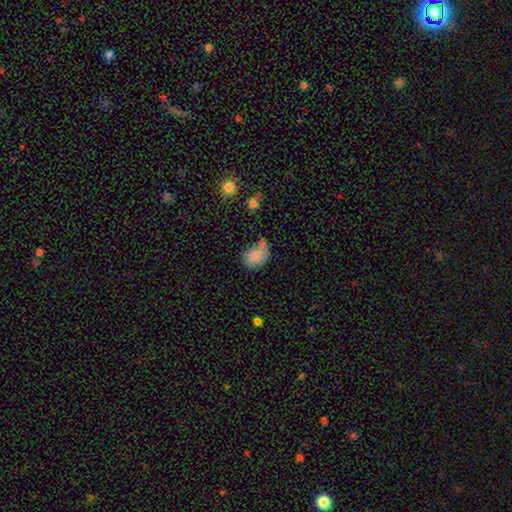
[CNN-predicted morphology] A smooth galaxy with no disk features (82%) that is in between round and cigar-shaped (71%).

Vote fractions:
- Smooth or featured? smooth: 82% / star or artifact: 10% / featured or disk: 8%
- How rounded? in between: 71% / round: 28% / cigar-shaped: 1%
- Merging? none: 44% / minor disturbance: 30% / major disturbance: 16% / merger: 9%